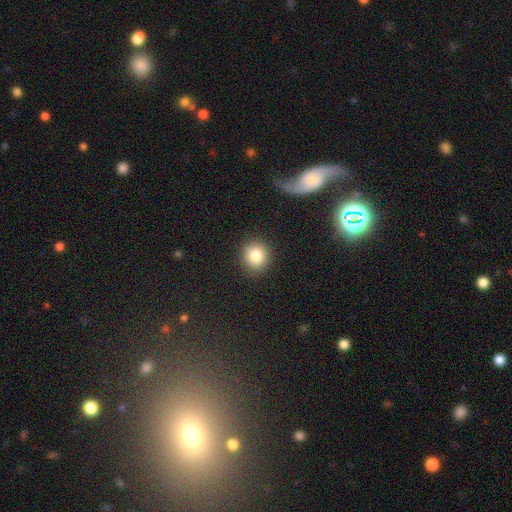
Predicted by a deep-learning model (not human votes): Smooth or featured: smooth — 82% (star or artifact — 11%)
How rounded: round — 84% (in between — 15%)
Merging: none — 90% (minor disturbance — 7%)